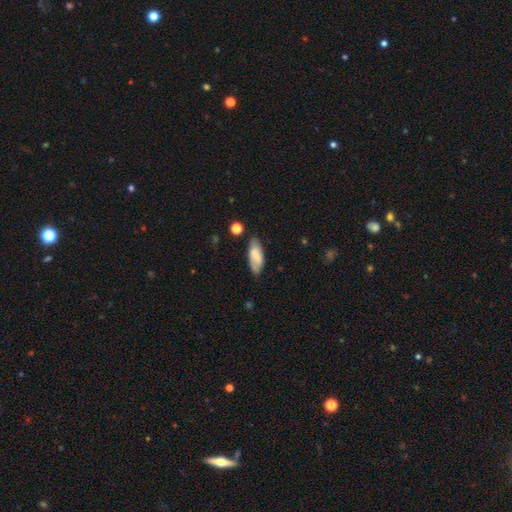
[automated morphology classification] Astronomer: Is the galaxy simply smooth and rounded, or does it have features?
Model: smooth — 67%.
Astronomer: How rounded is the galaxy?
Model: in between — 80%.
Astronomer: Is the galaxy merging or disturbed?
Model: none — 69%.